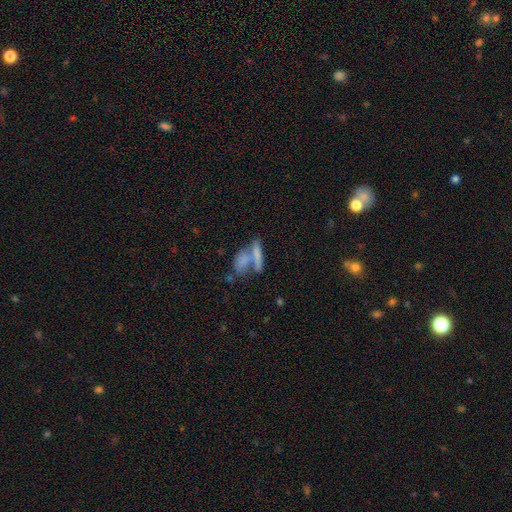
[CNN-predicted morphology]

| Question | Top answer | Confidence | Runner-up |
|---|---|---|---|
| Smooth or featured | smooth | 68% | featured or disk (23%) |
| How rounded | cigar-shaped | 49% | in between (45%) |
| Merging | merger | 54% | none (32%) |